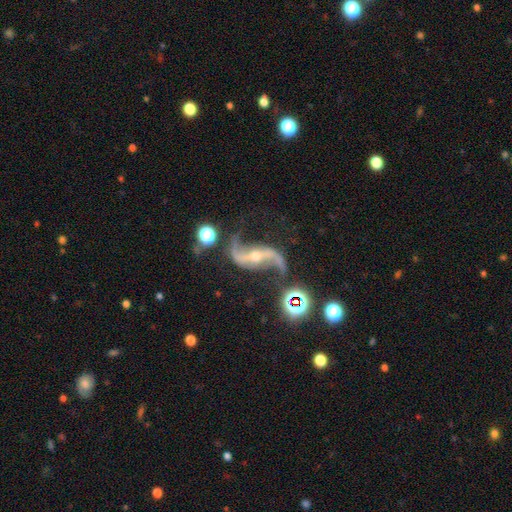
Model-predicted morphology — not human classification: smooth_or_featured: featured or disk (p=0.90) [alt: star or artifact p=0.07]
disk_edge_on: no (p=0.95) [alt: yes p=0.05]
bar: strong (p=0.41) [alt: no p=0.33]
has_spiral_arms: yes (p=0.97) [alt: no p=0.03]
spiral_winding: loose (p=0.83) [alt: medium p=0.13]
spiral_arm_count: 2 (p=0.94) [alt: 1 p=0.02]
bulge_size: small (p=0.60) [alt: moderate p=0.36]
merging: none (p=0.69) [alt: minor disturbance p=0.15]